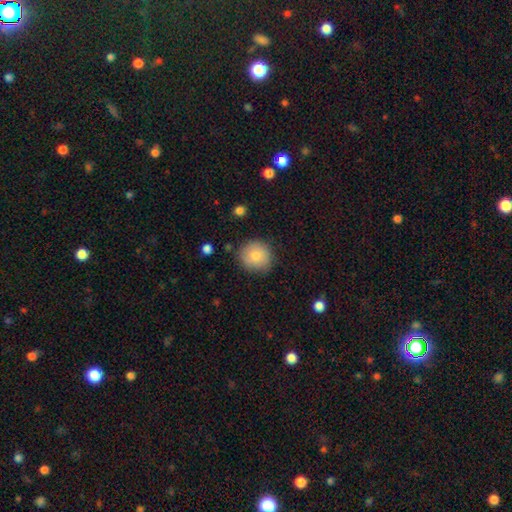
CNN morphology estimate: smooth-or-featured: smooth: 82% | featured or disk: 11% | star or artifact: 8%
  how-rounded: round: 90% | in between: 9% | cigar-shaped: 1%
  merging: none: 83% | minor disturbance: 13% | major disturbance: 3% | merger: 2%